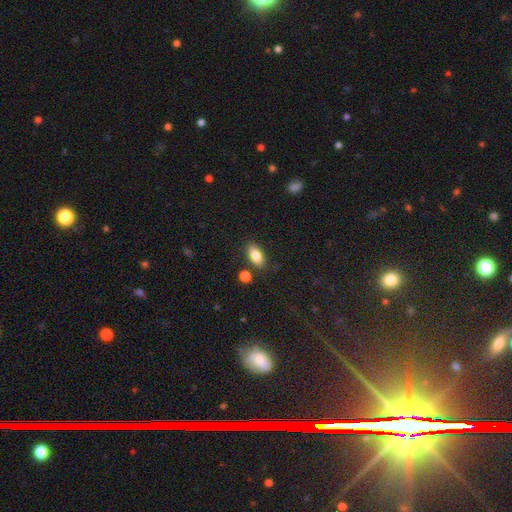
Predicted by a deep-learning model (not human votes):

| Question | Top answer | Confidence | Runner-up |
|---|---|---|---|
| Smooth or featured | smooth | 82% | featured or disk (10%) |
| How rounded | in between | 88% | cigar-shaped (7%) |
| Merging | none | 82% | minor disturbance (11%) |